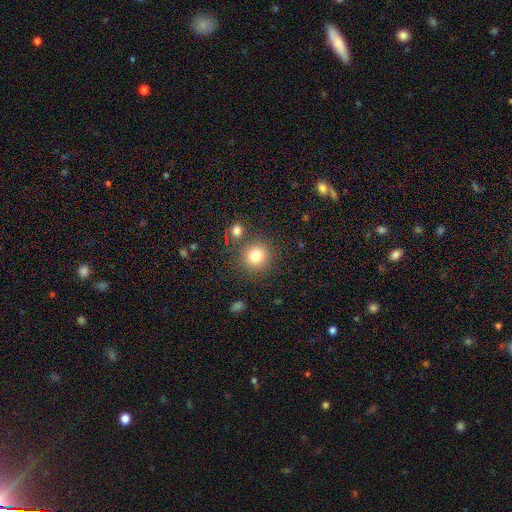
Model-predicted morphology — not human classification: smooth-or-featured: smooth: 80% | star or artifact: 12% | featured or disk: 7%
  how-rounded: round: 92% | in between: 7% | cigar-shaped: 1%
  merging: none: 81% | merger: 8% | minor disturbance: 8% | major disturbance: 3%